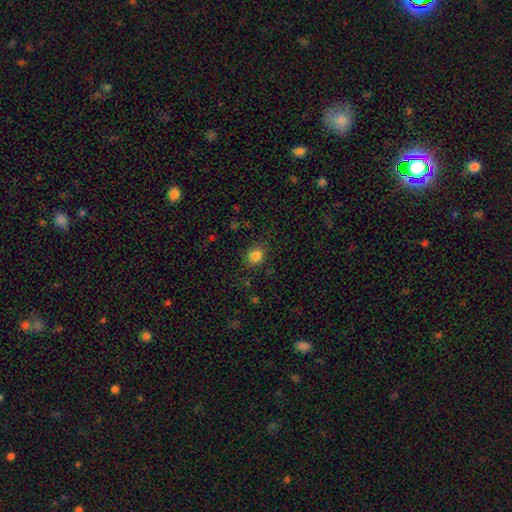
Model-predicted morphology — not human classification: Smooth or featured: smooth — 84% (star or artifact — 11%)
How rounded: round — 60% (in between — 39%)
Merging: none — 82% (minor disturbance — 13%)